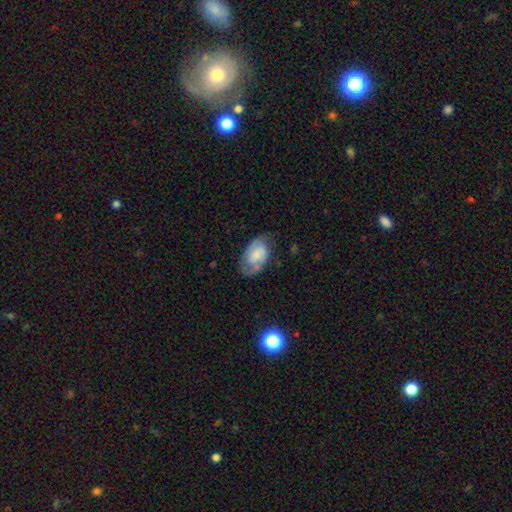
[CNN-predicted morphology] A featured or disk galaxy (51%).

Vote fractions:
- Smooth or featured? featured or disk: 51% / smooth: 41% / star or artifact: 7%
- Edge-on disk? no: 96% / yes: 4%
- Merging? none: 61% / minor disturbance: 26% / major disturbance: 11% / merger: 2%